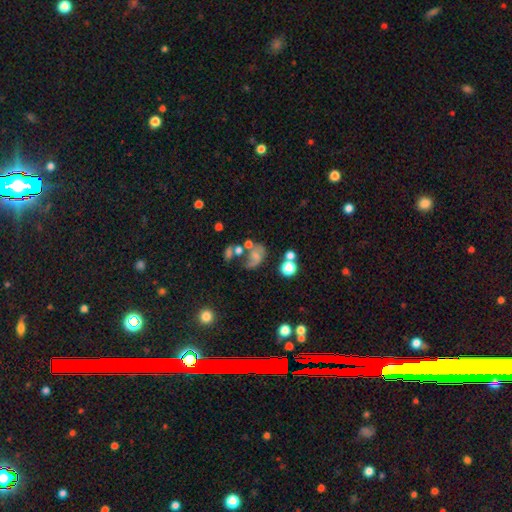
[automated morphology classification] This is possibly a featured or disk galaxy (51%). It is clearly not viewed edge-on (97%). Merging: marginally none (30%).